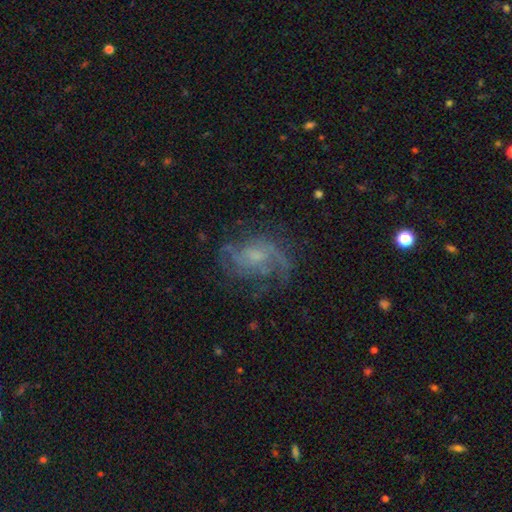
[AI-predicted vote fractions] Q: Smooth or featured?
A: featured or disk (71%); runner-up: smooth (17%)
Q: Edge-on disk?
A: no (97%); runner-up: yes (3%)
Q: Bar?
A: no (65%); runner-up: weak (31%)
Q: Spiral arms?
A: yes (85%); runner-up: no (15%)
Q: Spiral winding?
A: medium (43%); runner-up: loose (34%)
Q: Spiral arm count?
A: 2 (34%); runner-up: can't tell (30%)
Q: Bulge size?
A: small (50%); runner-up: moderate (27%)
Q: Merging?
A: none (58%); runner-up: major disturbance (21%)